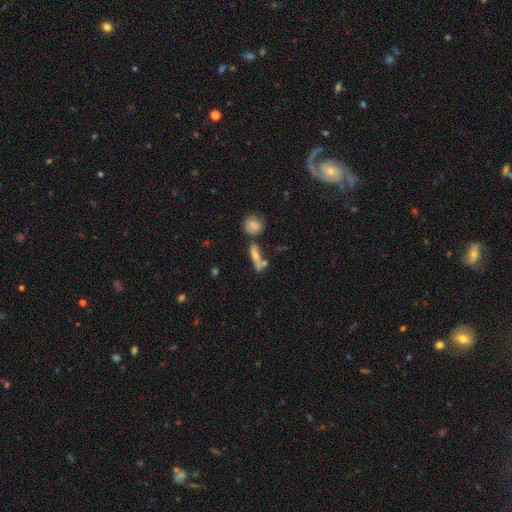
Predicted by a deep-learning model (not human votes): Overall: smooth (43%; featured or disk 40%). Merging: none (53%; merger 24%).